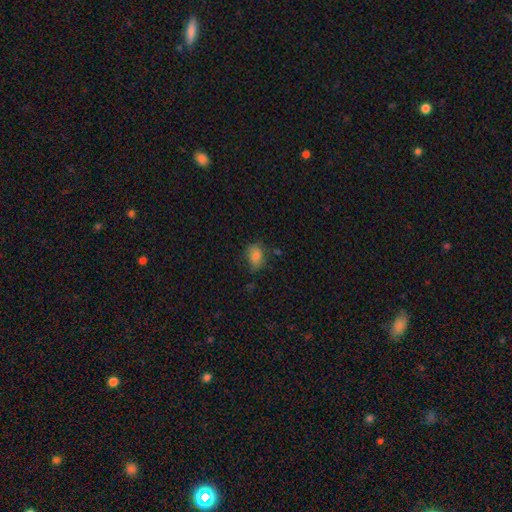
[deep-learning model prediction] Smooth or featured?
  - smooth: 78% *
  - star or artifact: 11%
  - featured or disk: 11%
How rounded?
  - in between: 74% *
  - round: 25%
  - cigar-shaped: 2%
Merging?
  - none: 58% *
  - minor disturbance: 29%
  - major disturbance: 10%
  - merger: 3%